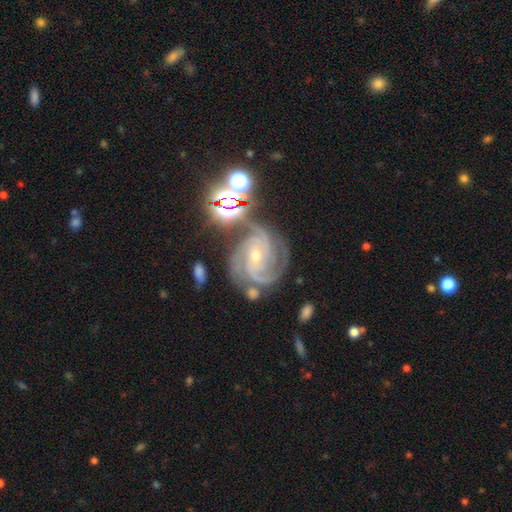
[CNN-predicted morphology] smooth-or-featured: featured or disk: 88% | star or artifact: 9% | smooth: 4%
  disk-edge-on: no: 98% | yes: 2%
    bar: no: 61% | weak: 27% | strong: 12%
    has-spiral-arms: yes: 98% | no: 2%
      spiral-winding: tight: 55% | medium: 40% | loose: 6%
      spiral-arm-count: 3: 51% | 4: 20% | 2: 12% | can't tell: 7% | more than 4: 5% | 1: 4%
    bulge-size: small: 58% | moderate: 39% | large: 1% | none: 1% | dominant: 1%
  merging: none: 62% | minor disturbance: 21% | major disturbance: 11% | merger: 6%